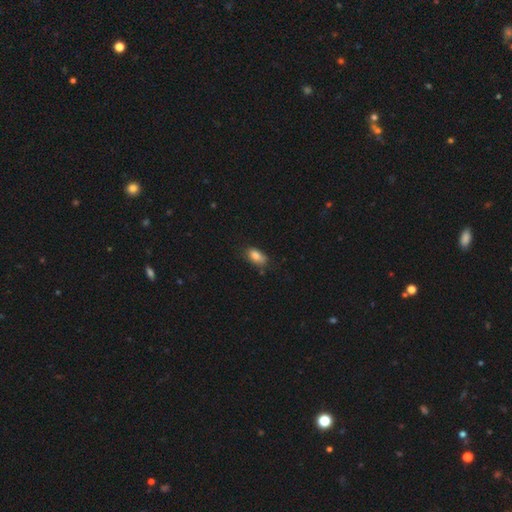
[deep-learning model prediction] Smooth or featured? smooth (83%)
How rounded? in between (89%)
Merging? none (63%)